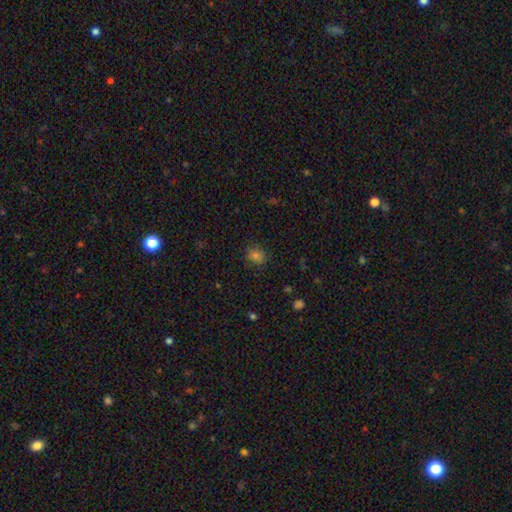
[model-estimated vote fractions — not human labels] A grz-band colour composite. It shows a smooth galaxy with no disk features (76%) that is round (62%). Merging: none (85%).